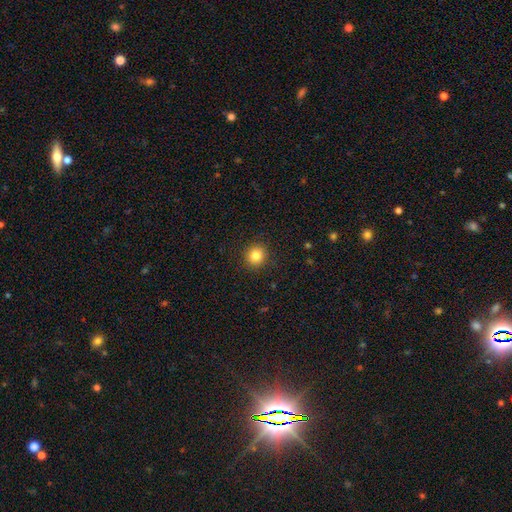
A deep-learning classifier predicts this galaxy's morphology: smooth_or_featured: smooth (p=0.83) [alt: star or artifact p=0.11]
how_rounded: round (p=0.87) [alt: in between p=0.12]
merging: none (p=0.91) [alt: minor disturbance p=0.06]